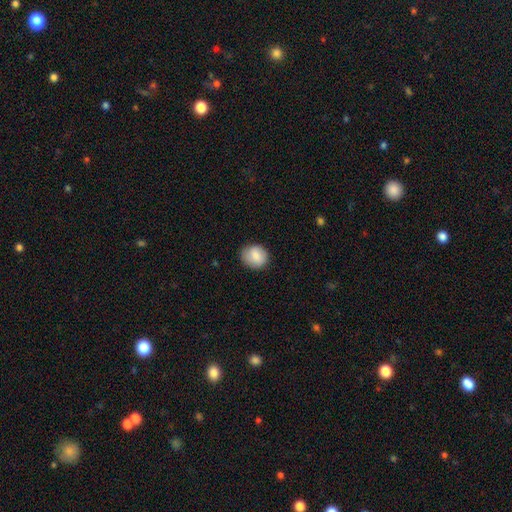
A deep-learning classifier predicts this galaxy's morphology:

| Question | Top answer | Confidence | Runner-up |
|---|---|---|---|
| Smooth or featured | smooth | 83% | featured or disk (10%) |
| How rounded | round | 71% | in between (28%) |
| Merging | none | 80% | minor disturbance (15%) |